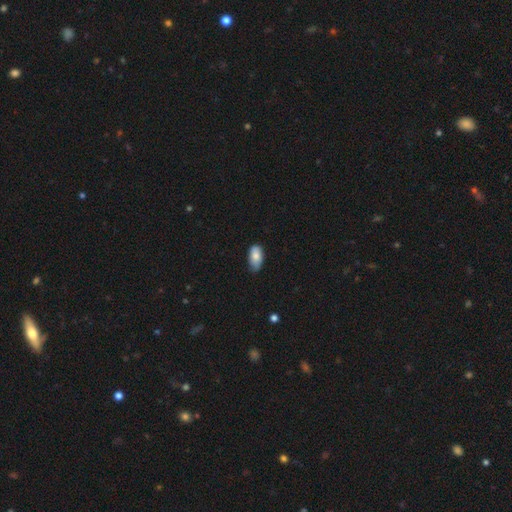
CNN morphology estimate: smooth-or-featured: smooth: 82% | featured or disk: 11% | star or artifact: 7%
  how-rounded: in between: 93% | cigar-shaped: 3% | round: 3%
  merging: none: 63% | minor disturbance: 31% | major disturbance: 4% | merger: 1%